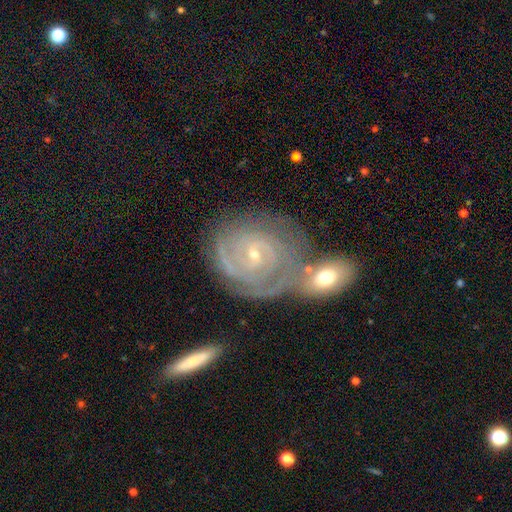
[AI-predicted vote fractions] Smooth or featured: featured or disk — 71% (smooth — 16%)
Edge-on disk: no — 93% (yes — 7%)
Bar: no — 68% (weak — 25%)
Spiral arms: yes — 89% (no — 11%)
Spiral winding: tight — 80% (medium — 16%)
Spiral arm count: can't tell — 51% (2 — 21%)
Bulge size: small — 74% (moderate — 22%)
Merging: none — 54% (merger — 24%)